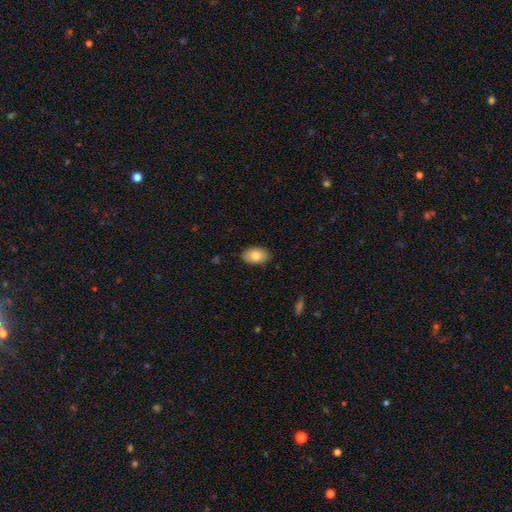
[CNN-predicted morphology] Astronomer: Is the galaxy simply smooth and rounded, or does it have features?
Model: smooth — 83%.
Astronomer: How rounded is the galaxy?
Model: in between — 89%.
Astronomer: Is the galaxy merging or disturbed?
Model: none — 87%.